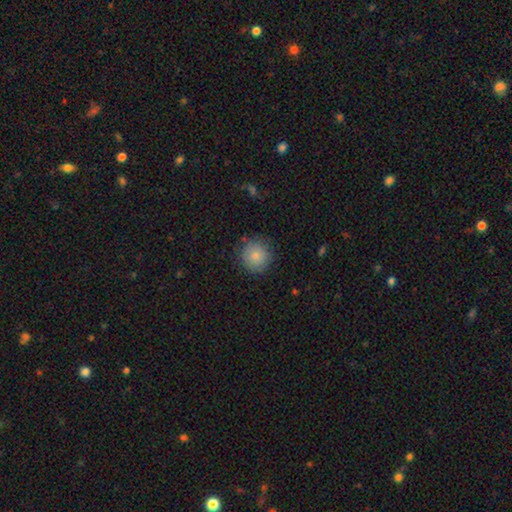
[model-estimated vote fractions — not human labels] Q: Smooth or featured?
A: smooth (84%); runner-up: star or artifact (9%)
Q: How rounded?
A: round (94%); runner-up: in between (5%)
Q: Merging?
A: none (84%); runner-up: minor disturbance (11%)